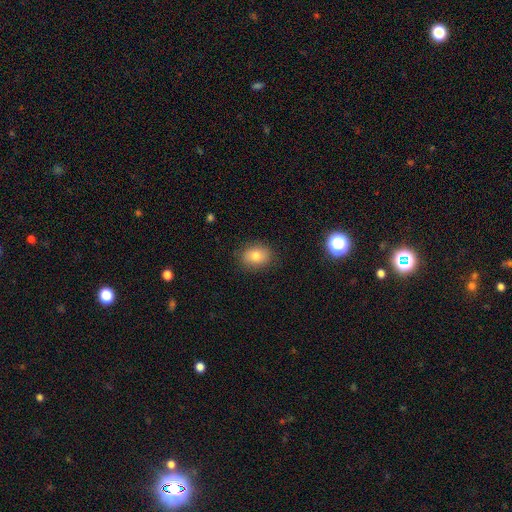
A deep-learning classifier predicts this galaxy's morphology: The model was most divided on "how rounded": in between: 56%, round: 43%, cigar-shaped: 1%. More confident: merging — none (85%); smooth or featured — smooth (80%).